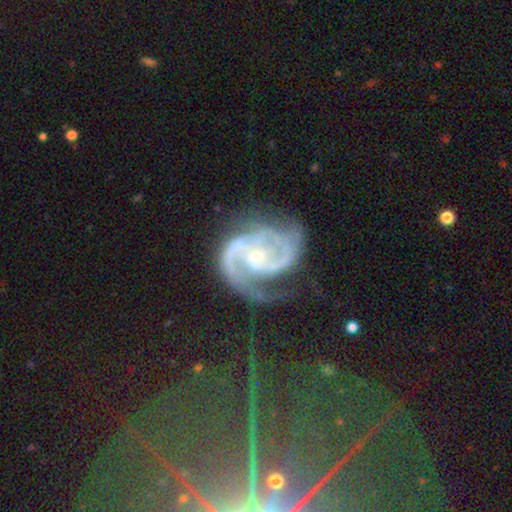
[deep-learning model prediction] Smooth or featured? featured or disk (91%)
Edge-on disk? no (98%)
Bar? no (57%)
Spiral arms? yes (98%)
Spiral winding? medium (50%)
Spiral arm count? 2 (66%)
Bulge size? small (69%)
Merging? none (52%)